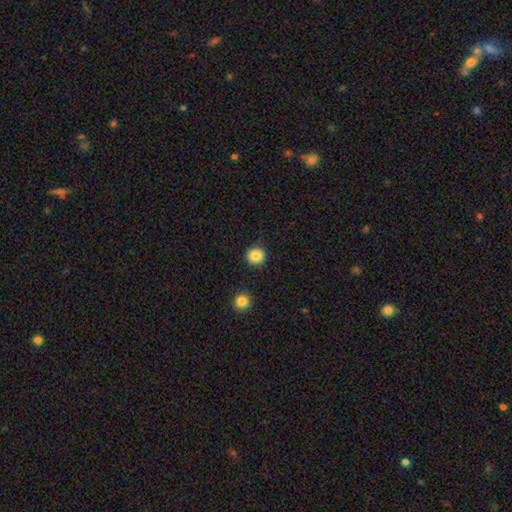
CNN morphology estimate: Overall: smooth (87%). How rounded: round (95%). Merging: none (90%).